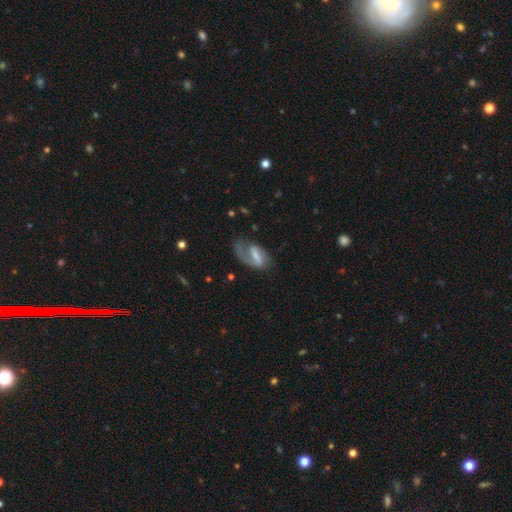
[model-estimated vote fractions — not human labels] This appears to be a featured or disk galaxy (64%) with a strong bar (44%), spiral arms (82%) and no central bulge (34%). Merging: none (43%).